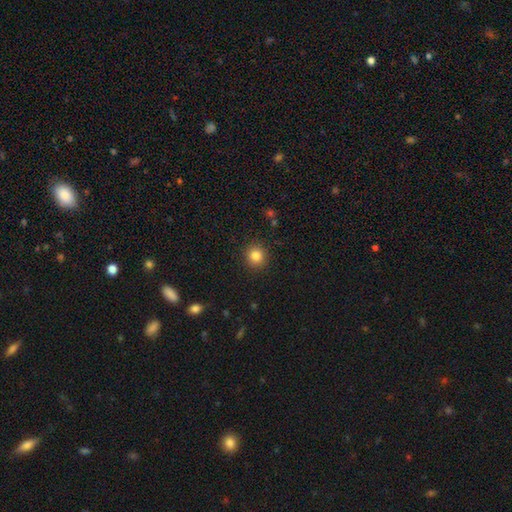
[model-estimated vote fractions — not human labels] Morphology: type=smooth (84%); roundness=round (91%); merging=none (91%).